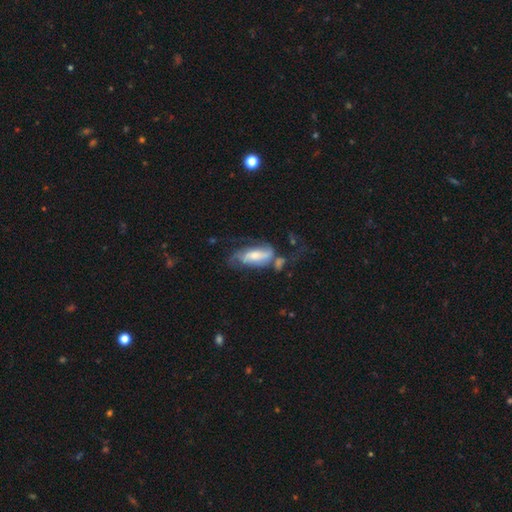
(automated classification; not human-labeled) Smooth or featured? featured or disk (57%)
Edge-on disk? no (86%)
Merging? none (30%)